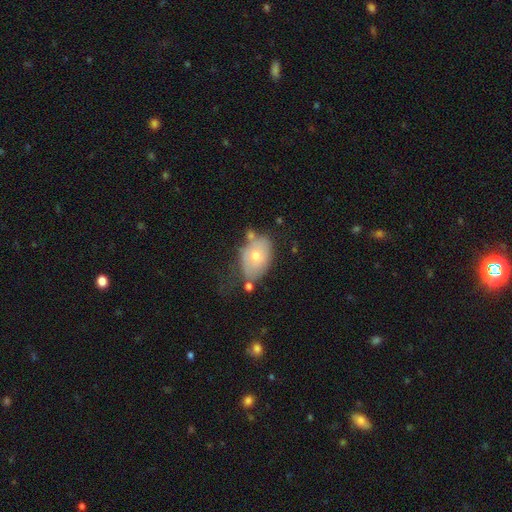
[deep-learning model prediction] Q: Smooth or featured?
A: smooth (59%); runner-up: featured or disk (33%)
Q: How rounded?
A: in between (82%); runner-up: round (17%)
Q: Merging?
A: none (46%); runner-up: minor disturbance (29%)